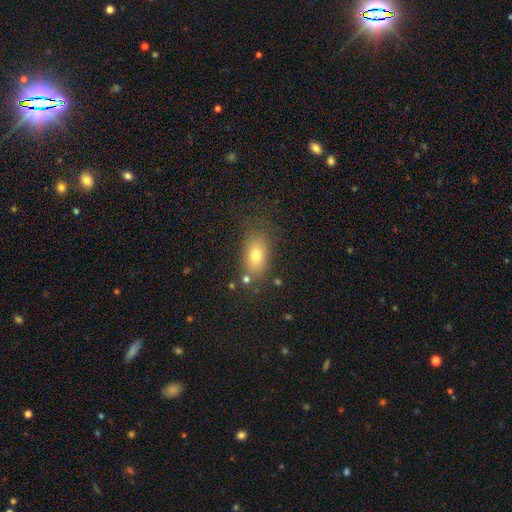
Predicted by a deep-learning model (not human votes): A smooth galaxy with no disk features (76%) that is in between round and cigar-shaped (84%).

Vote fractions:
- Smooth or featured? smooth: 76% / featured or disk: 13% / star or artifact: 11%
- How rounded? in between: 84% / round: 13% / cigar-shaped: 3%
- Merging? none: 70% / minor disturbance: 17% / major disturbance: 7% / merger: 6%